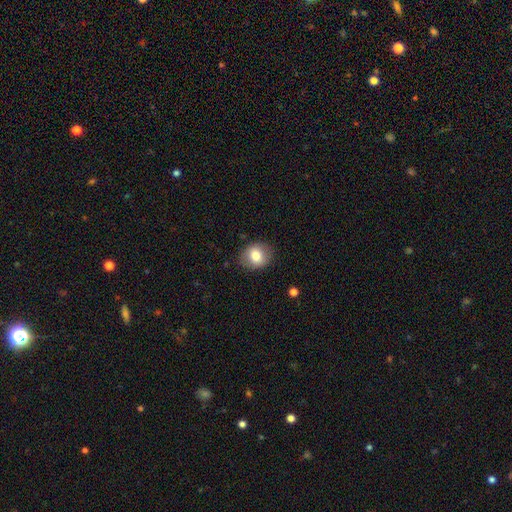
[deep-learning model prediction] Smooth or featured? Predicted: smooth (p=0.78). How rounded? Predicted: round (p=0.63). Merging? Predicted: none (p=0.84).